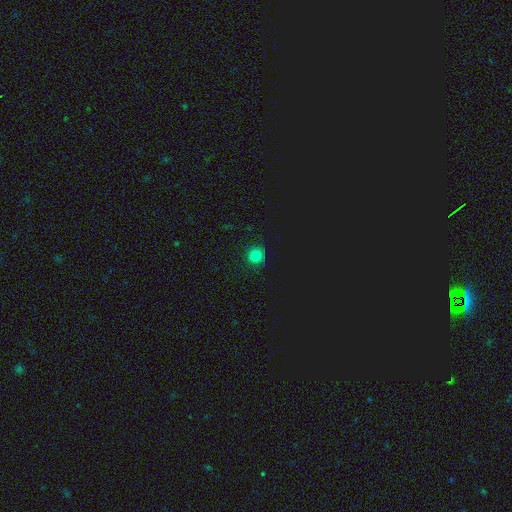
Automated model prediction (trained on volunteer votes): Overall: smooth (79%). How rounded: round (93%). Merging: none (88%).